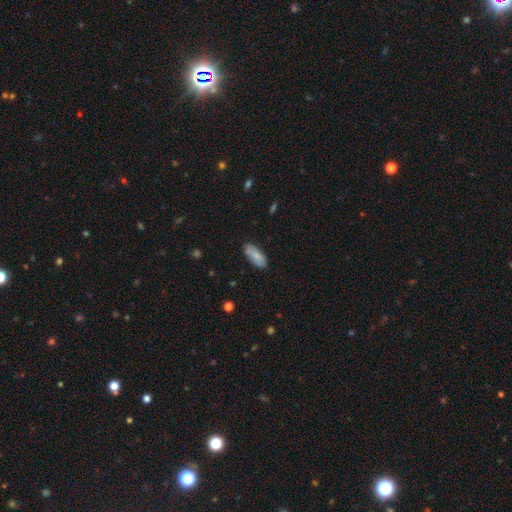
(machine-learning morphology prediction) Overall: smooth (79%). How rounded: in between (79%). Merging: none (79%).